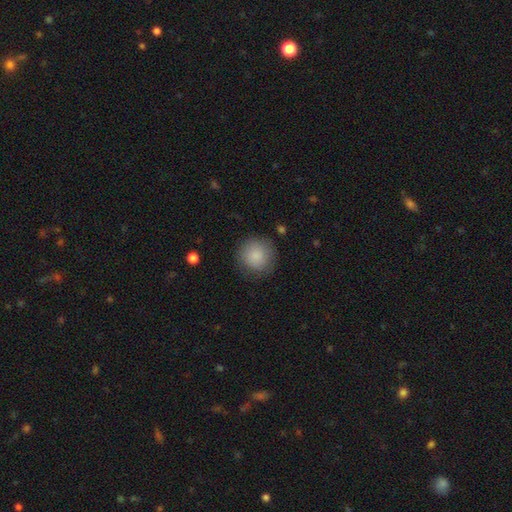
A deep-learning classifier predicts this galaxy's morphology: Smooth or featured: smooth — 87% (star or artifact — 7%)
How rounded: round — 94% (in between — 5%)
Merging: none — 85% (minor disturbance — 11%)